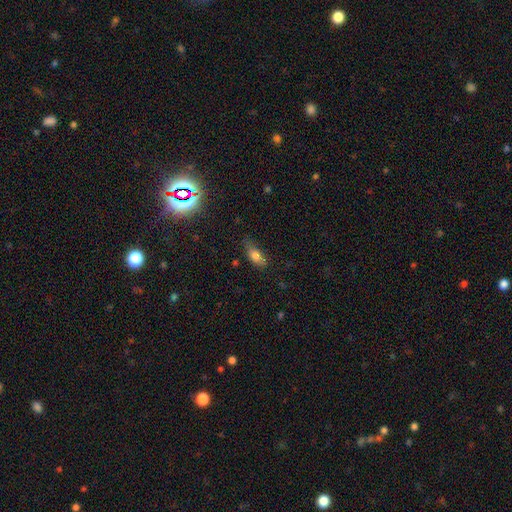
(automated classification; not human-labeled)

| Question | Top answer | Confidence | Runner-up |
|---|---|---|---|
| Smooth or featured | smooth | 76% | featured or disk (14%) |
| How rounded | in between | 77% | cigar-shaped (19%) |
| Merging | none | 60% | minor disturbance (30%) |